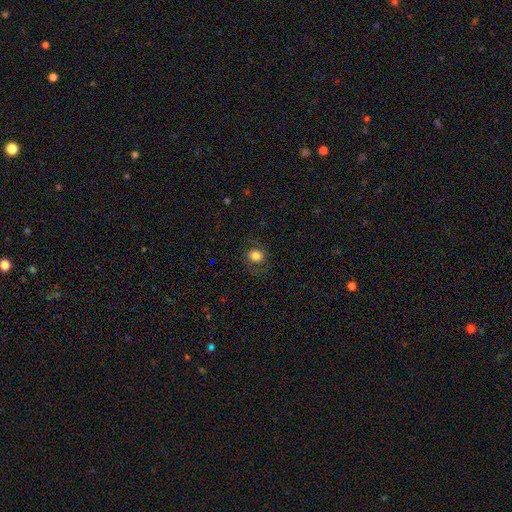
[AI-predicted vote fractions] Morphology: type=smooth (73%); roundness=round (71%); merging=none (77%).